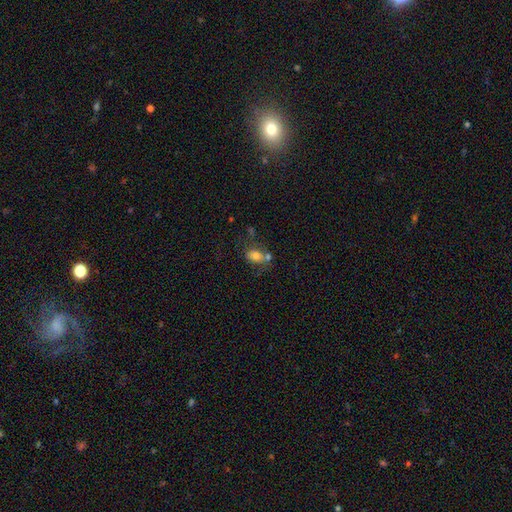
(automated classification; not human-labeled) Smooth or featured? Predicted: smooth (p=0.72). How rounded? Predicted: in between (p=0.76). Merging? Predicted: none (p=0.42).